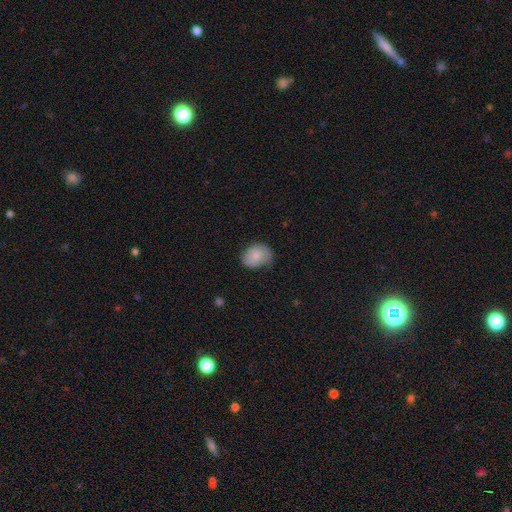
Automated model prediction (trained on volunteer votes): Smooth or featured? Predicted: smooth (p=0.81). How rounded? Predicted: in between (p=0.63). Merging? Predicted: none (p=0.62).